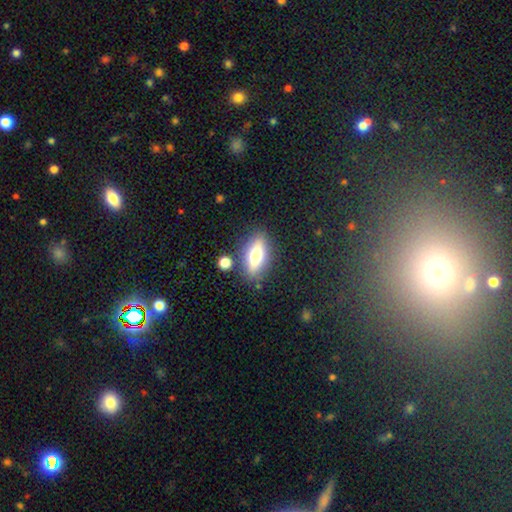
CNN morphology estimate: smooth-or-featured: smooth: 57% | featured or disk: 35% | star or artifact: 8%
  how-rounded: in between: 67% | cigar-shaped: 28% | round: 5%
  merging: none: 81% | minor disturbance: 11% | merger: 4% | major disturbance: 3%